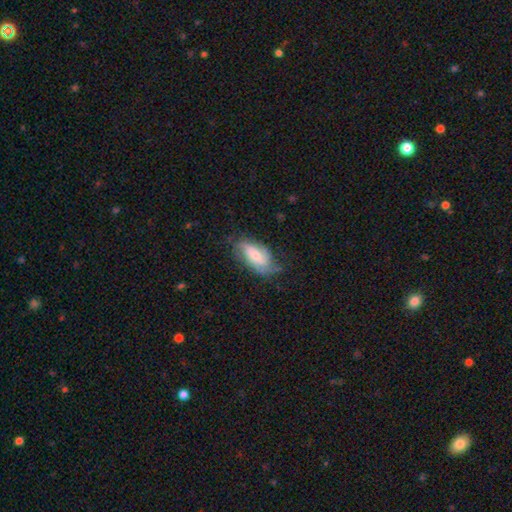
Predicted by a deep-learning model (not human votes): Smooth or featured: featured or disk — 52% (smooth — 41%)
Edge-on disk: no — 92% (yes — 8%)
Merging: none — 57% (minor disturbance — 28%)